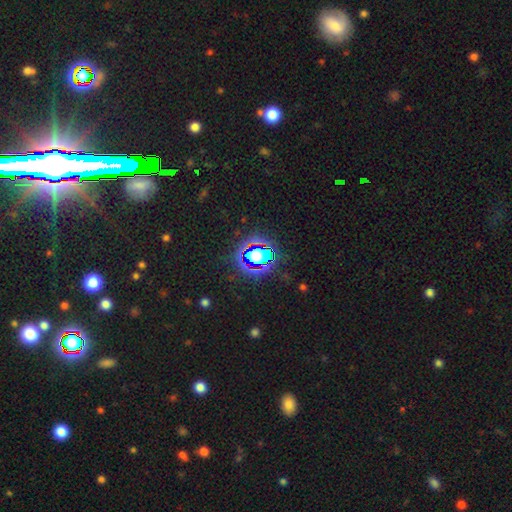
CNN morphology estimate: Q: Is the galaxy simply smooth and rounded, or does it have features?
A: star or artifact — 65%.